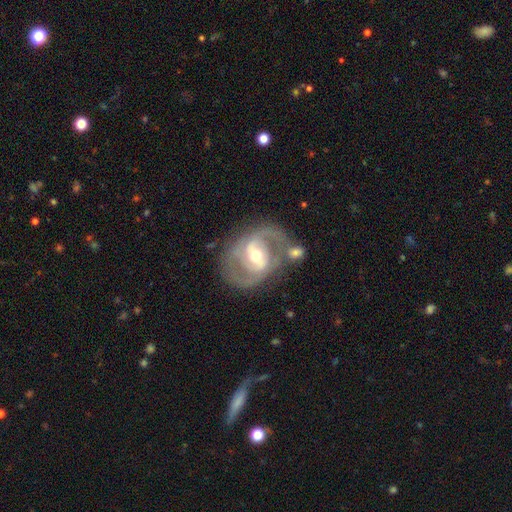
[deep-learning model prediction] A featured or disk galaxy (86%) with a weak bar (43%), 2 (84%) medium (52%) spiral arms (92%) and a moderate central bulge (60%). Merging: none (60%).